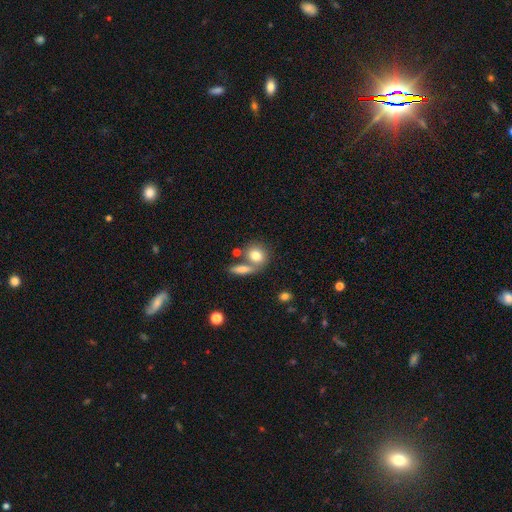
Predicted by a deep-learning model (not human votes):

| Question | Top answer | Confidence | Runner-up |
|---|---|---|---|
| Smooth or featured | smooth | 79% | featured or disk (13%) |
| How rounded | round | 60% | in between (36%) |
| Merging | none | 51% | merger (34%) |